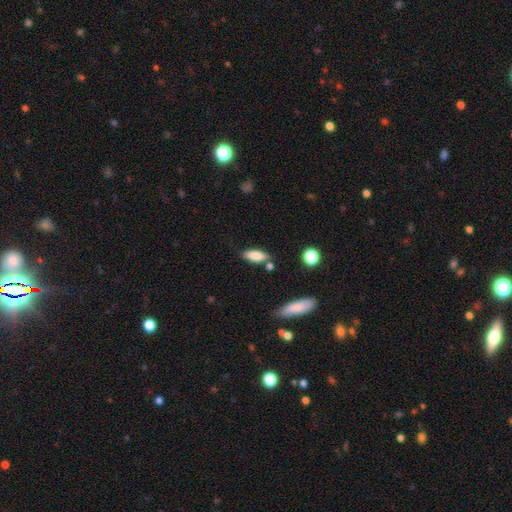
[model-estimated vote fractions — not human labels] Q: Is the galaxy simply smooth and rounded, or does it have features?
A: smooth — 81%.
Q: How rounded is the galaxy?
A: in between — 71%.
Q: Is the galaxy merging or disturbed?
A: none — 70%.